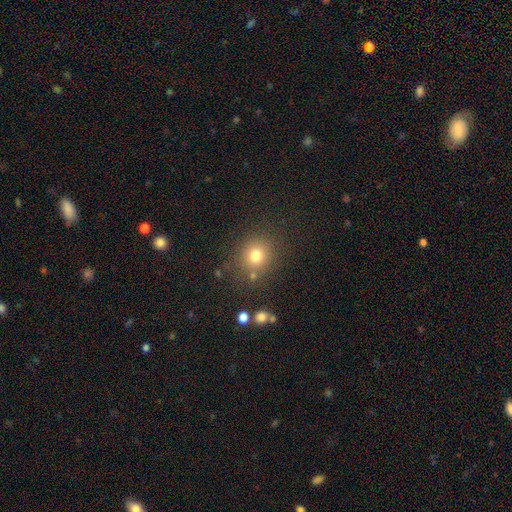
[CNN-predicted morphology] A smooth galaxy with no disk features (77%) that is round (83%). Merging: none (81%).